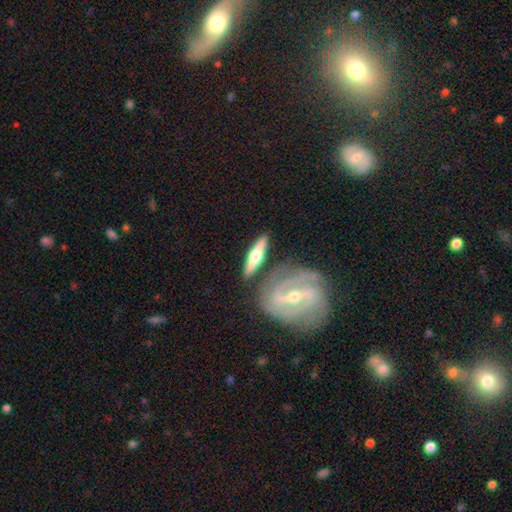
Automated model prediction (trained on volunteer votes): smooth_or_featured: featured or disk (p=0.65) [alt: smooth p=0.31]
disk_edge_on: yes (p=0.84) [alt: no p=0.16]
edge_on_bulge: rounded (p=0.93) [alt: boxy p=0.03]
merging: none (p=0.78) [alt: minor disturbance p=0.11]